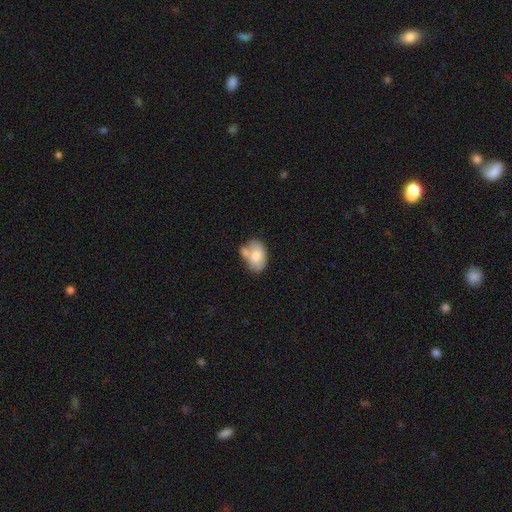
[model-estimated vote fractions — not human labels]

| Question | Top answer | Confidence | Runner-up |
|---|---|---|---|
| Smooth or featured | smooth | 72% | featured or disk (21%) |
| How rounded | in between | 86% | round (13%) |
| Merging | none | 38% | merger (36%) |